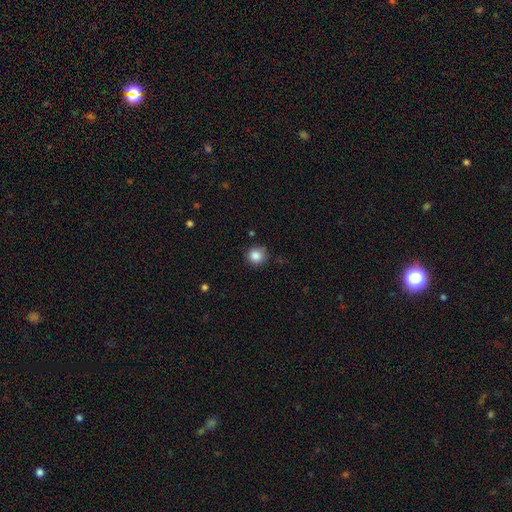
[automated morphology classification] Q: Smooth or featured?
A: smooth (86%); runner-up: star or artifact (10%)
Q: How rounded?
A: round (92%); runner-up: in between (8%)
Q: Merging?
A: none (82%); runner-up: minor disturbance (14%)